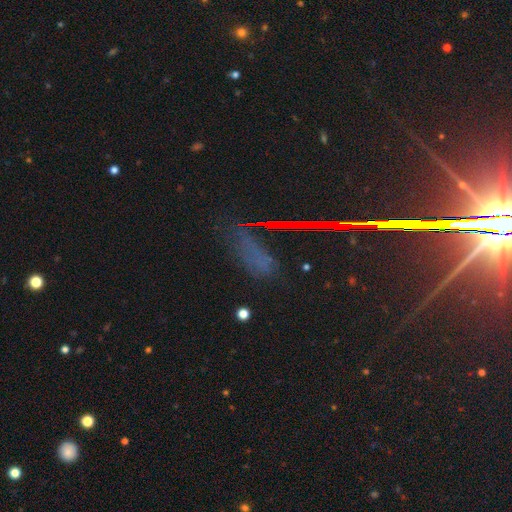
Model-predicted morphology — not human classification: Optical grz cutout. It shows a star or artifact, not a galaxy (53%).